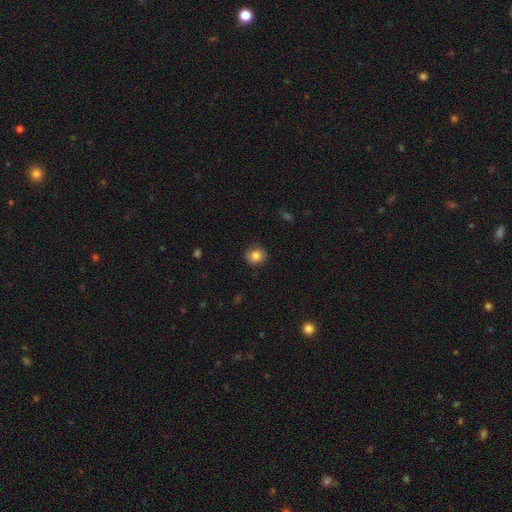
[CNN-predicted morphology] Smooth or featured? Predicted: smooth (p=0.83). How rounded? Predicted: round (p=0.87). Merging? Predicted: none (p=0.85).